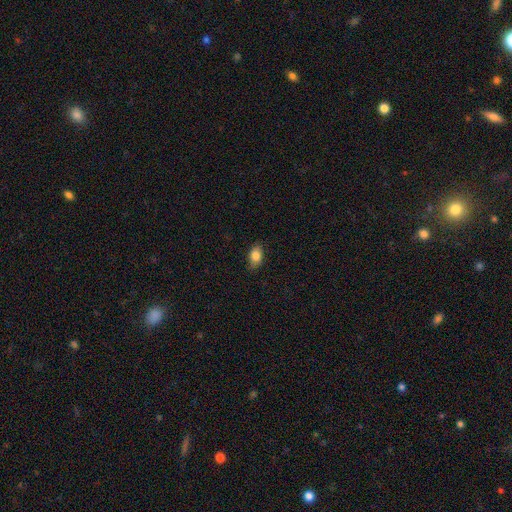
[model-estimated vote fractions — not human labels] smooth 83%, featured or disk 9%, star or artifact 8%. Down the decision tree: how rounded — in between (84%); merging — none (80%).